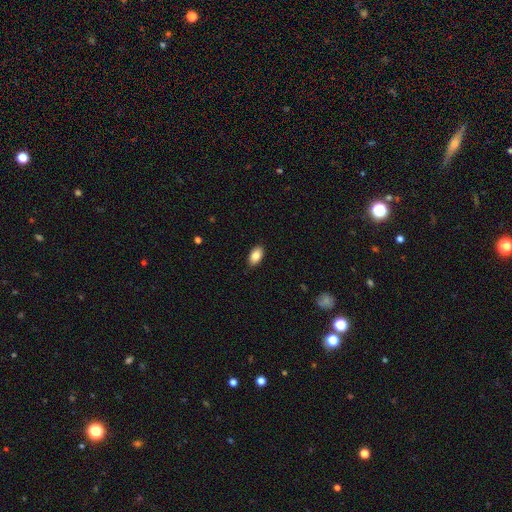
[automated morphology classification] smooth-or-featured: smooth: 86% | featured or disk: 7% | star or artifact: 7%
  how-rounded: in between: 93% | round: 5% | cigar-shaped: 2%
  merging: none: 87% | minor disturbance: 10% | major disturbance: 2% | merger: 1%